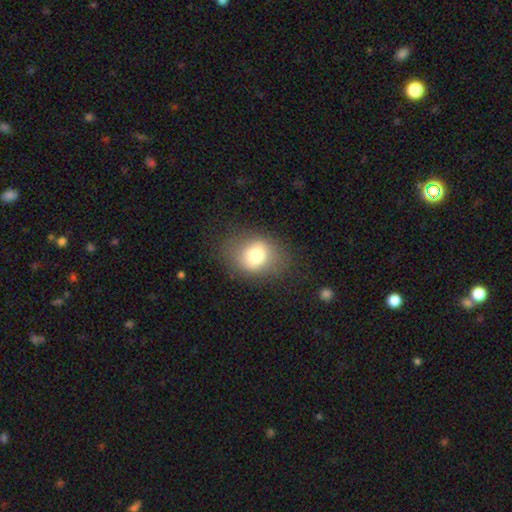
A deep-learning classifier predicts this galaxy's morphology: Smooth or featured? Predicted: smooth (p=0.73). How rounded? Predicted: in between (p=0.54). Merging? Predicted: none (p=0.76).